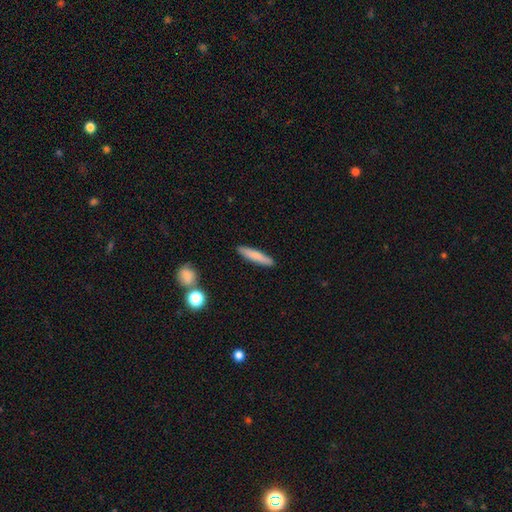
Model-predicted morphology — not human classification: Smooth or featured: smooth — 78% (featured or disk — 16%)
How rounded: cigar-shaped — 88% (in between — 10%)
Merging: none — 90% (minor disturbance — 7%)